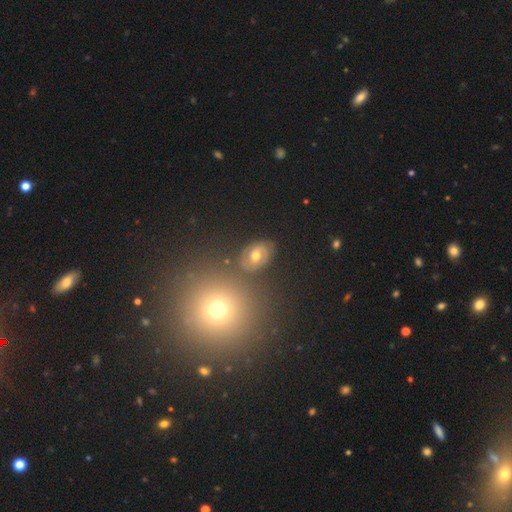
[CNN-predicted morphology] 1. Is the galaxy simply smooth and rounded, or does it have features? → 49% featured or disk, 35% smooth, 15% star or artifact.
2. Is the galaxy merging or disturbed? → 79% none, 11% minor disturbance, 5% merger, 4% major disturbance.